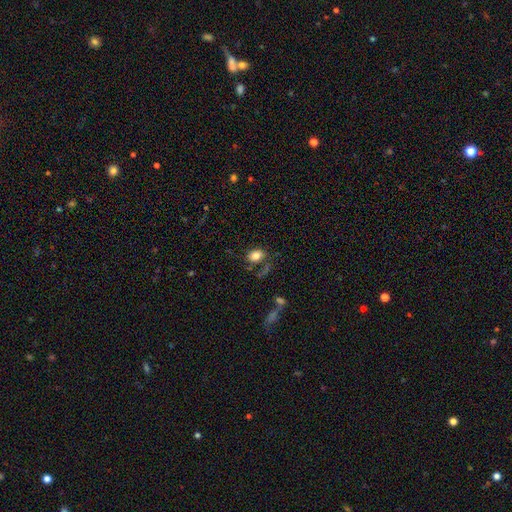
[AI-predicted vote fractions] Morphology: type=smooth (80%); roundness=in between (73%); merging=none (67%).